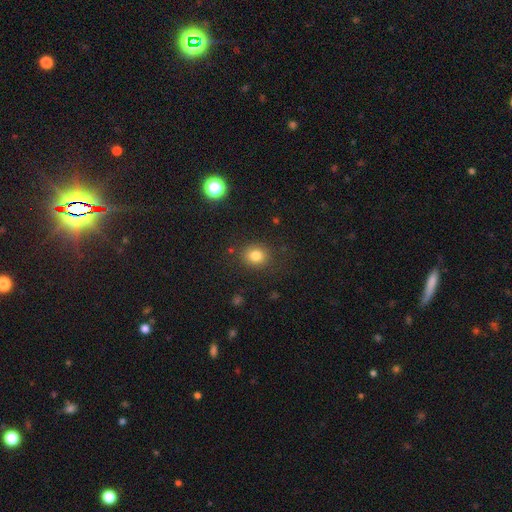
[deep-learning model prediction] smooth-or-featured: smooth: 80% | star or artifact: 13% | featured or disk: 7%
  how-rounded: round: 78% | in between: 21% | cigar-shaped: 1%
  merging: none: 85% | minor disturbance: 9% | major disturbance: 4% | merger: 2%